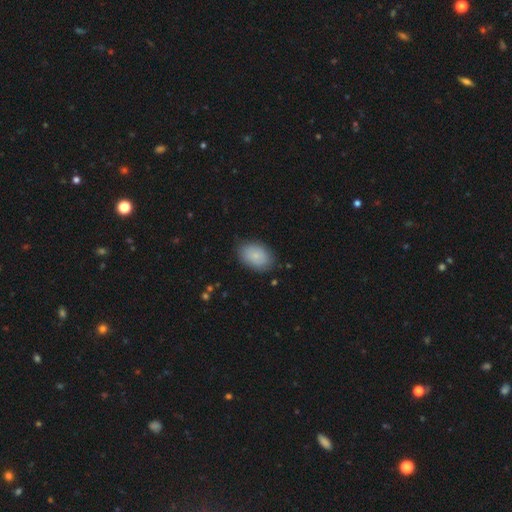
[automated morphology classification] The model was most divided on "merging": none: 82%, minor disturbance: 14%, major disturbance: 3%, merger: 1%. More confident: how rounded — in between (85%); smooth or featured — smooth (82%).